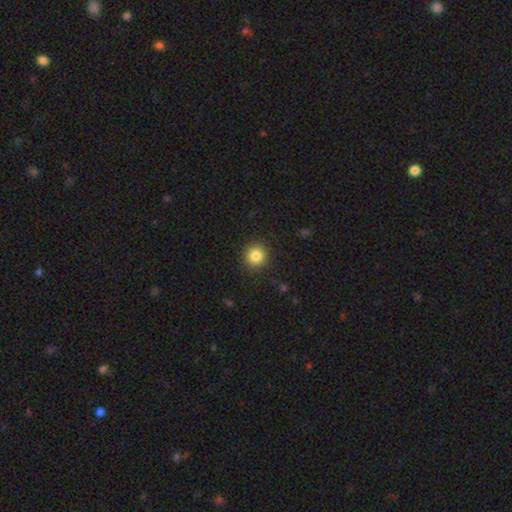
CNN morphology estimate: Smooth or featured? Predicted: smooth (p=0.85). How rounded? Predicted: round (p=0.92). Merging? Predicted: none (p=0.91).